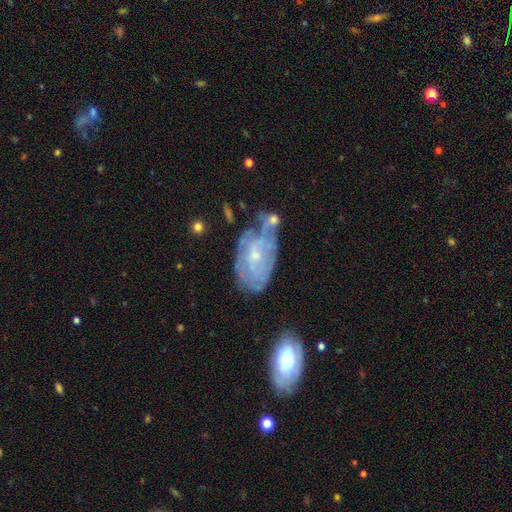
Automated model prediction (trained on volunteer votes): Overall: featured or disk (68%). Edge-on disk: no (94%). Bar: no (72%). Spiral arms: yes (71%). Bulge size: small (73%). Merging: none (41%; minor disturbance 26%).